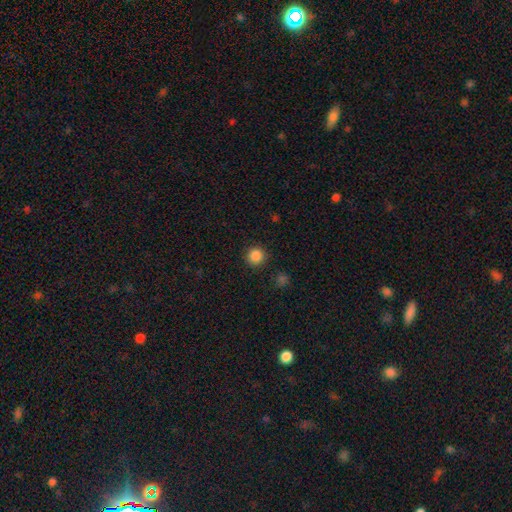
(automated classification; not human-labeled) Smooth or featured: smooth — 86% (star or artifact — 11%)
How rounded: round — 95% (in between — 4%)
Merging: none — 90% (minor disturbance — 6%)